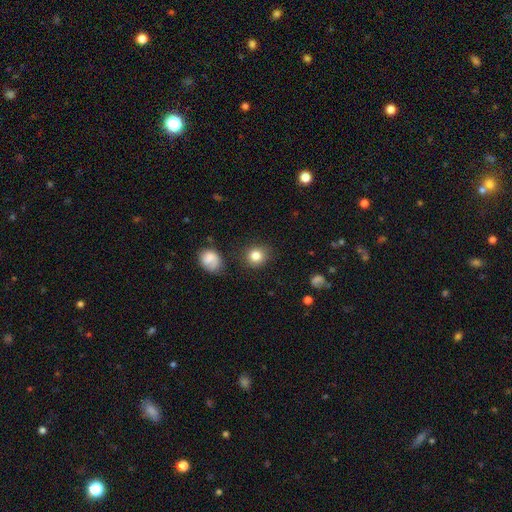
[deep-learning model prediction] Smooth or featured?
  - smooth: 83% *
  - star or artifact: 11%
  - featured or disk: 6%
How rounded?
  - round: 85% *
  - in between: 14%
  - cigar-shaped: 1%
Merging?
  - none: 83% *
  - minor disturbance: 11%
  - major disturbance: 3%
  - merger: 3%